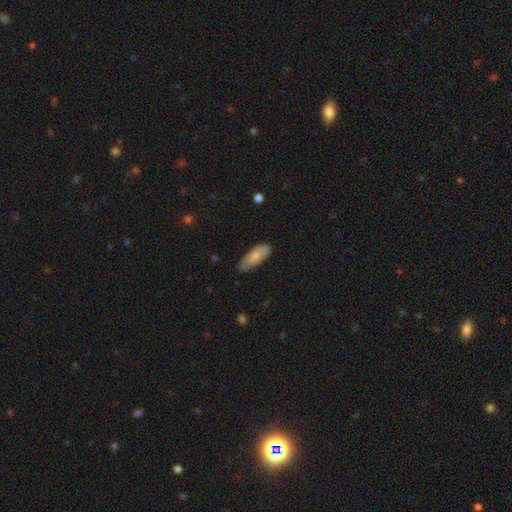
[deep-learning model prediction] The model was most divided on "how rounded": in between: 72%, cigar-shaped: 26%, round: 2%. More confident: smooth or featured — smooth (78%); merging — none (74%).